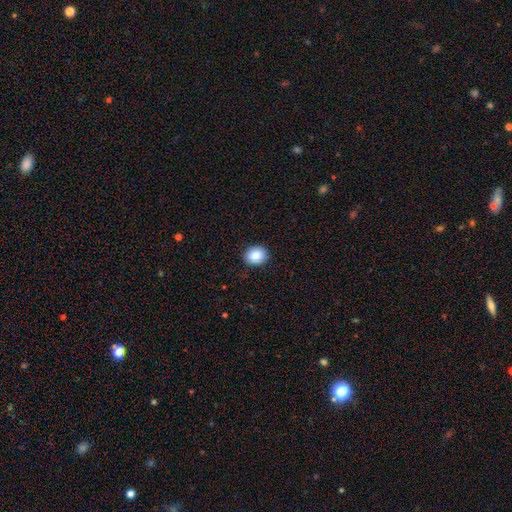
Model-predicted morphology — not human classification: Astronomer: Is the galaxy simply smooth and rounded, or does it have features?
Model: smooth — 89%.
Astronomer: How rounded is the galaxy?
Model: round — 58% (runner-up: in between, 41%).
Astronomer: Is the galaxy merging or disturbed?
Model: none — 90%.